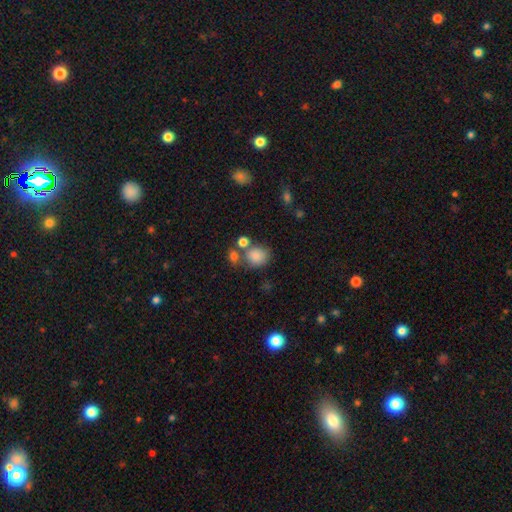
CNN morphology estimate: A smooth galaxy with no disk features (82%) that is round (70%).

Vote fractions:
- Smooth or featured? smooth: 82% / star or artifact: 11% / featured or disk: 8%
- How rounded? round: 70% / in between: 29% / cigar-shaped: 1%
- Merging? none: 54% / merger: 26% / minor disturbance: 14% / major disturbance: 6%